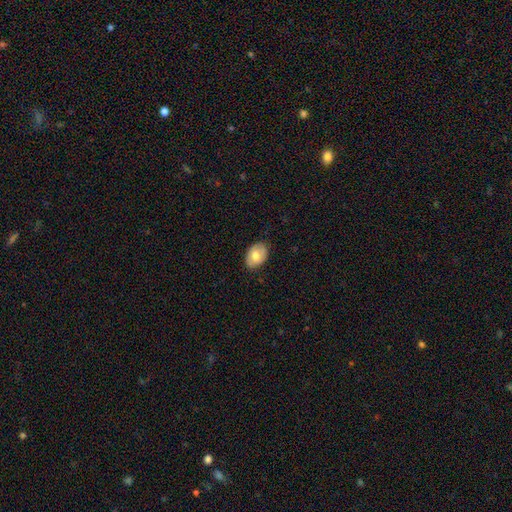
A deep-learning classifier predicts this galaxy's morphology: smooth-or-featured: smooth: 69% | featured or disk: 24% | star or artifact: 7%
  how-rounded: in between: 82% | round: 17% | cigar-shaped: 1%
  merging: none: 83% | minor disturbance: 13% | major disturbance: 2% | merger: 1%